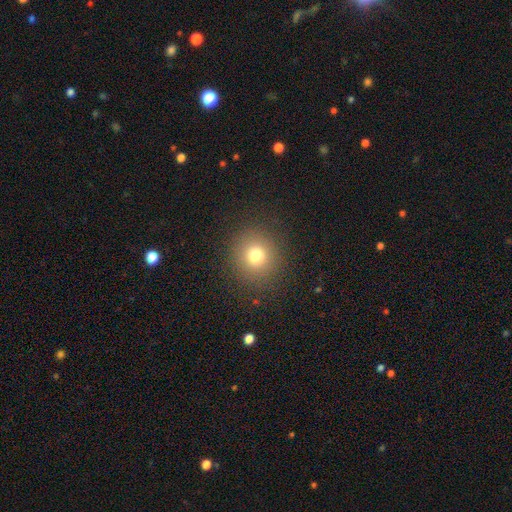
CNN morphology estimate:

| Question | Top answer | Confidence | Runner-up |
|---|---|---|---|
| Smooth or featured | smooth | 76% | star or artifact (15%) |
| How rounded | round | 91% | in between (8%) |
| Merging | none | 89% | minor disturbance (6%) |